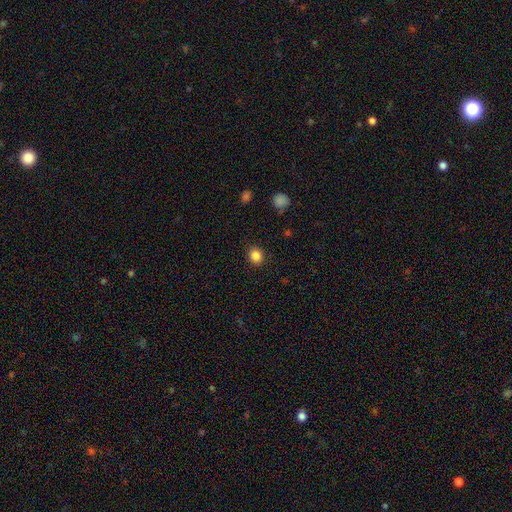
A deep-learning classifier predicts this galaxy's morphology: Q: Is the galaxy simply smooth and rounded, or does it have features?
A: smooth — 85%.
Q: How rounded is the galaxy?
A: round — 74%.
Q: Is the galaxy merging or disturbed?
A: none — 89%.